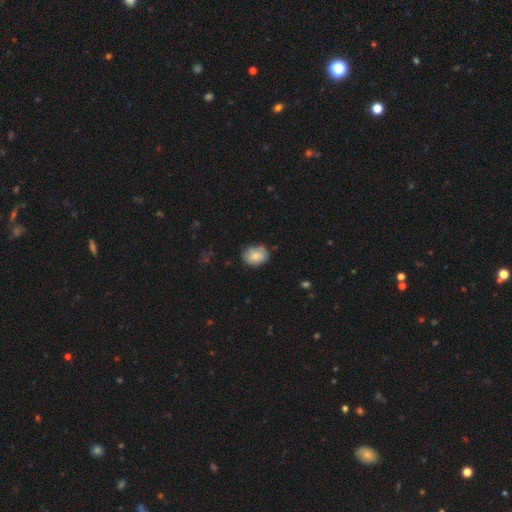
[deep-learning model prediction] A smooth galaxy with no disk features (75%) that is in between round and cigar-shaped (65%).

Vote fractions:
- Smooth or featured? smooth: 75% / featured or disk: 17% / star or artifact: 7%
- How rounded? in between: 65% / round: 34% / cigar-shaped: 1%
- Merging? none: 69% / minor disturbance: 23% / major disturbance: 5% / merger: 2%